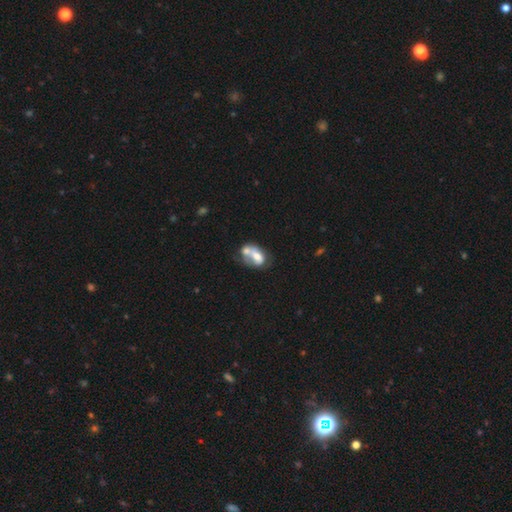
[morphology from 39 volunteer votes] Smooth or featured? 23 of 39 (59%) said smooth. How rounded? 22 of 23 (96%) said in between. Merging? 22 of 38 (58%) said merger.